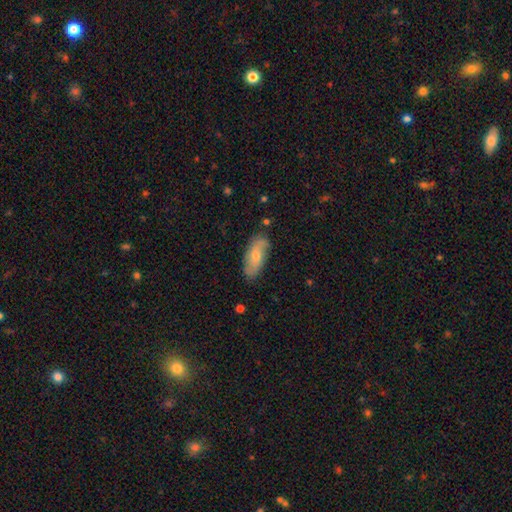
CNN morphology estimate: smooth_or_featured: smooth (p=0.52) [alt: featured or disk p=0.42]
how_rounded: in between (p=0.78) [alt: cigar-shaped p=0.19]
merging: none (p=0.80) [alt: minor disturbance p=0.16]